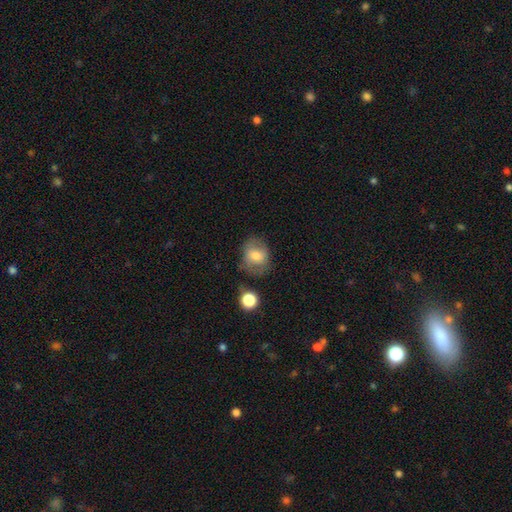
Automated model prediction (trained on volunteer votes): smooth 68%, featured or disk 23%, star or artifact 9%. Down the decision tree: how rounded — round (55%); merging — none (63%).